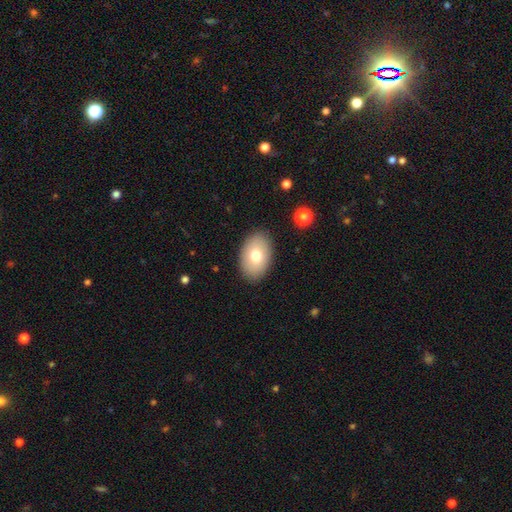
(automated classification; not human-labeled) Smooth or featured? smooth (73%)
How rounded? in between (89%)
Merging? none (88%)